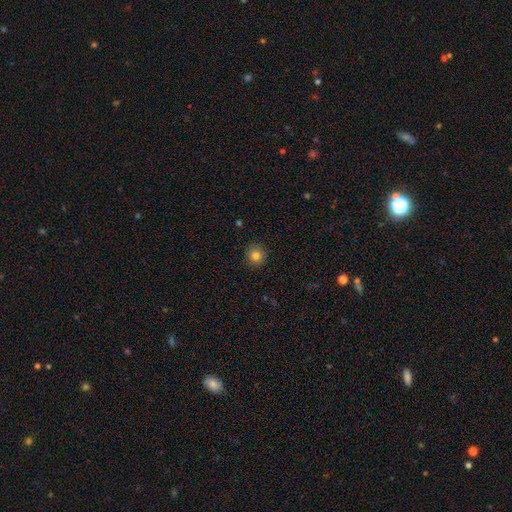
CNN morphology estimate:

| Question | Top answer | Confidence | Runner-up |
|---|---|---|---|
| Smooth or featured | smooth | 82% | star or artifact (11%) |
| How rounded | round | 93% | in between (6%) |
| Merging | none | 91% | minor disturbance (7%) |